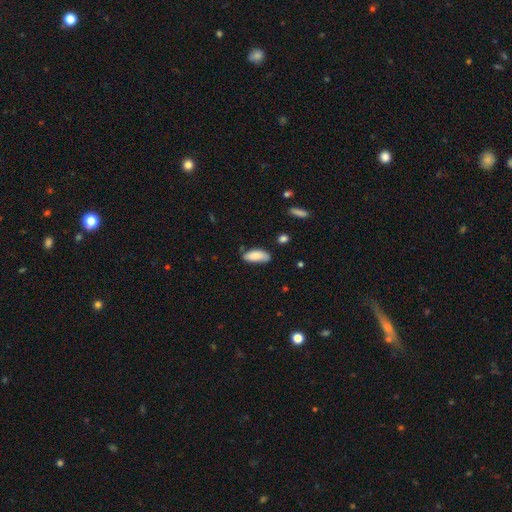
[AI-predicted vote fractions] This is clearly a smooth galaxy (85%). How rounded: clearly in between (83%). Merging: likely none (69%).